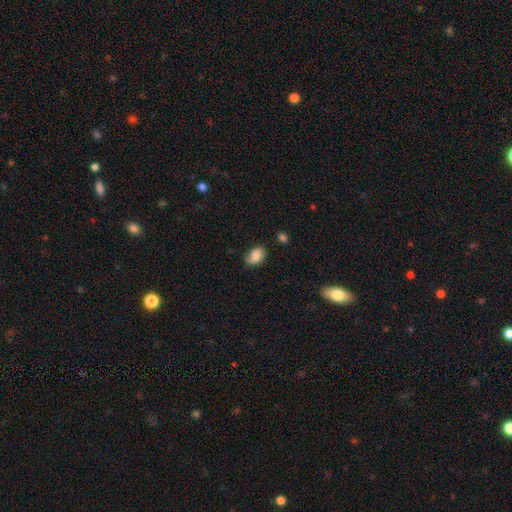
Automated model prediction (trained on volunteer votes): A smooth galaxy with no disk features (80%) that is in between round and cigar-shaped (80%). Merging: none (68%).